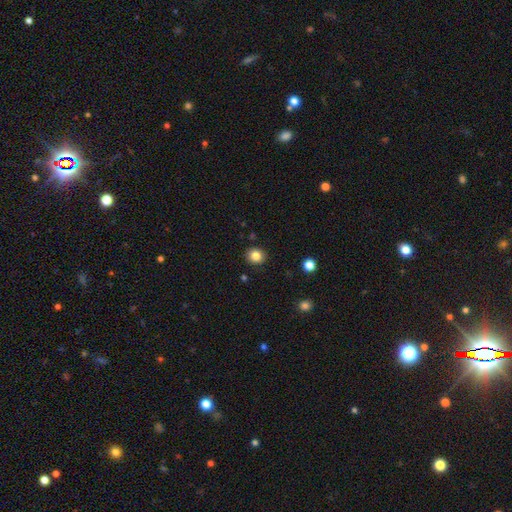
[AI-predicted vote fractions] This appears to be a smooth galaxy with no disk features (83%) that is round (80%). Merging: none (90%).